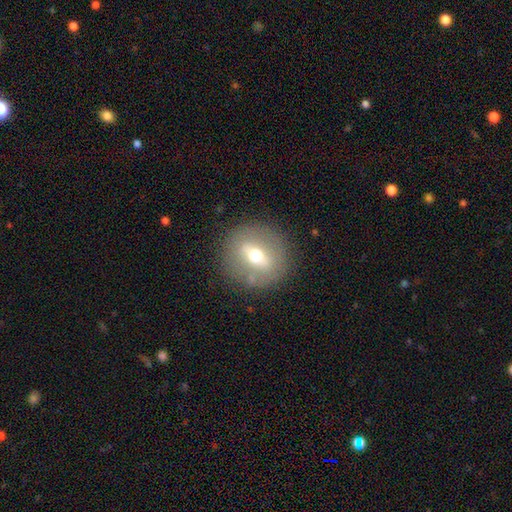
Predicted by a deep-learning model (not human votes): smooth_or_featured: featured or disk (p=0.48) [alt: smooth p=0.42]
merging: none (p=0.84) [alt: minor disturbance p=0.10]